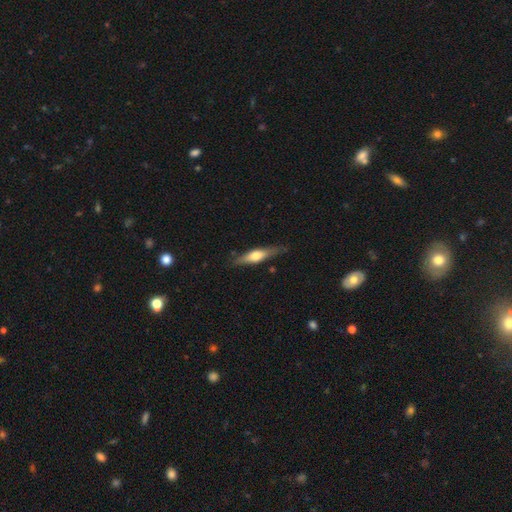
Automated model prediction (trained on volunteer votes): Q: Smooth or featured?
A: featured or disk (55%); runner-up: smooth (40%)
Q: Edge-on disk?
A: yes (93%); runner-up: no (7%)
Q: Edge-on bulge?
A: rounded (87%); runner-up: boxy (9%)
Q: Merging?
A: none (82%); runner-up: minor disturbance (14%)